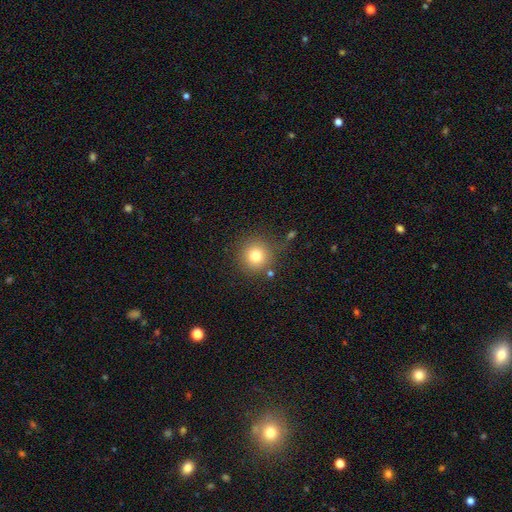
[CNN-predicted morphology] Smooth or featured?
  - smooth: 78% *
  - star or artifact: 13%
  - featured or disk: 9%
How rounded?
  - round: 94% *
  - in between: 5%
  - cigar-shaped: 1%
Merging?
  - none: 81% *
  - minor disturbance: 10%
  - merger: 4%
  - major disturbance: 4%